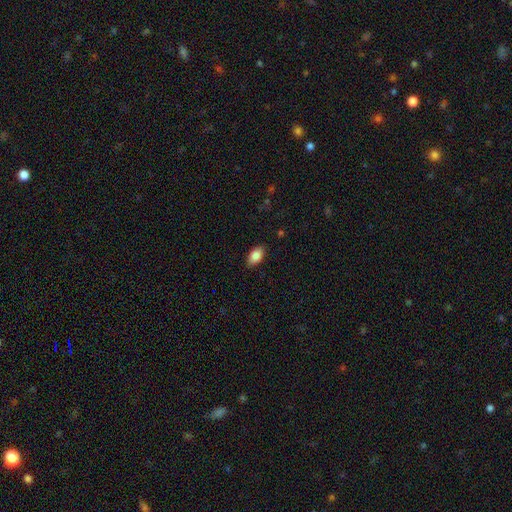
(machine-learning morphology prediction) smooth-or-featured: smooth: 86% | star or artifact: 7% | featured or disk: 7%
  how-rounded: in between: 93% | round: 4% | cigar-shaped: 3%
  merging: none: 87% | minor disturbance: 9% | major disturbance: 2% | merger: 1%